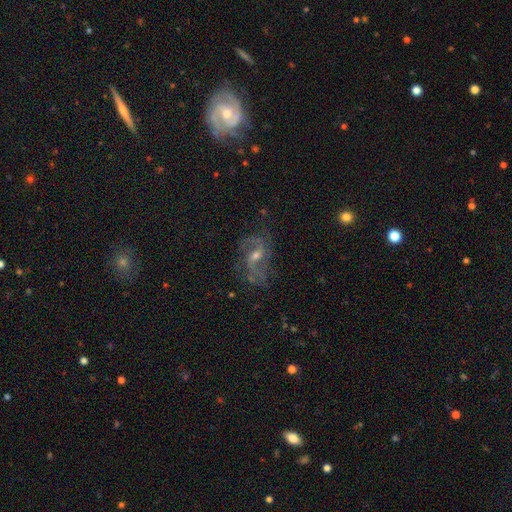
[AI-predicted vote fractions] Overall: featured or disk (82%). Edge-on disk: no (97%). Bar: weak (50%; no 33%). Spiral arms: yes (94%). Spiral arm count: 2 (74%). Spiral winding: loose (45%; medium 43%). Bulge size: moderate (49%; small 45%). Merging: none (66%).